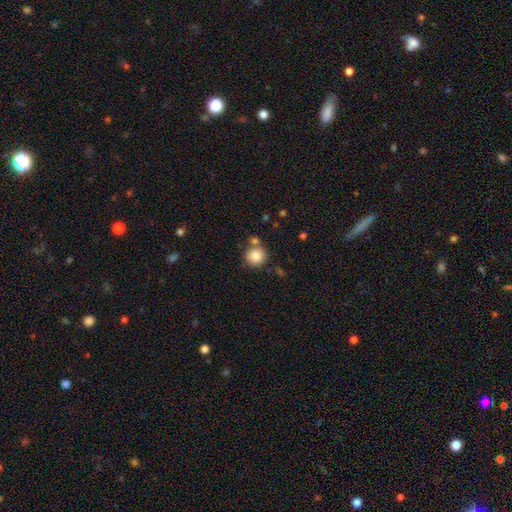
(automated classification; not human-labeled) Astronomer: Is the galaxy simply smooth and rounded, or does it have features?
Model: smooth — 82%.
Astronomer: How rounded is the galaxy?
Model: round — 93%.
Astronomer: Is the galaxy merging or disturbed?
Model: none — 73%.